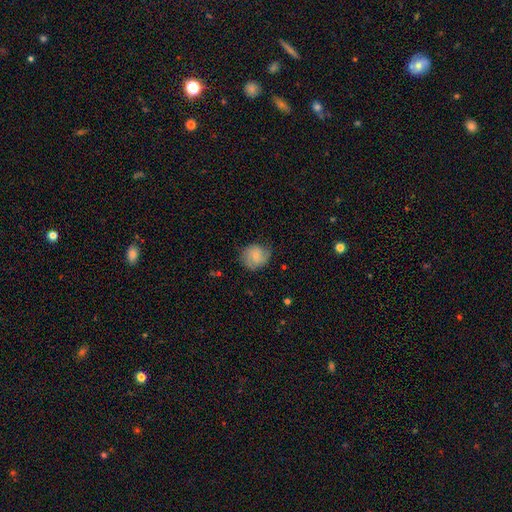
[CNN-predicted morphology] Smooth or featured? Predicted: smooth (p=0.60). How rounded? Predicted: round (p=0.82). Merging? Predicted: none (p=0.69).